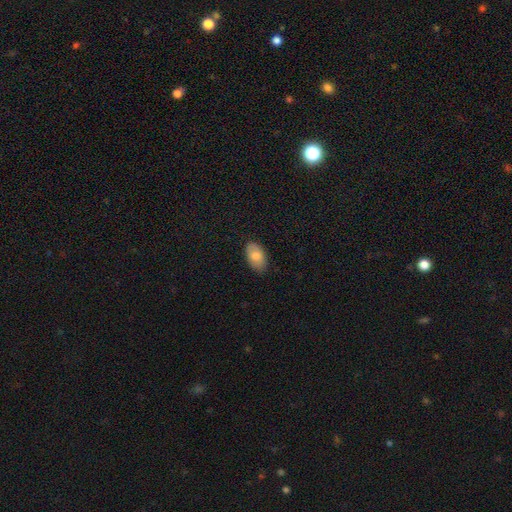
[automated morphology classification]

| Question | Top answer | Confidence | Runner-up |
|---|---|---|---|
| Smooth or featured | smooth | 78% | featured or disk (16%) |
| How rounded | in between | 93% | round (6%) |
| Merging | none | 84% | minor disturbance (13%) |